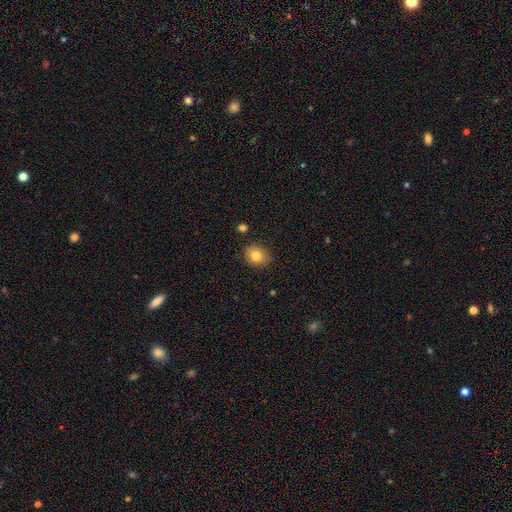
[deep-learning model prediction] A smooth galaxy with no disk features (80%) that is round (56%). Merging: none (81%).